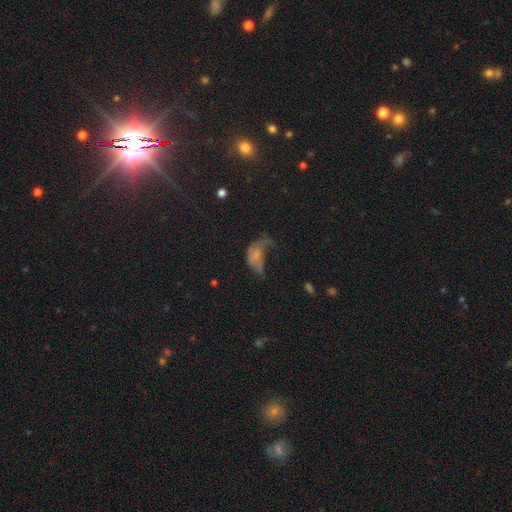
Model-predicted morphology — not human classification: type=smooth (46%); merging=major disturbance (56%).